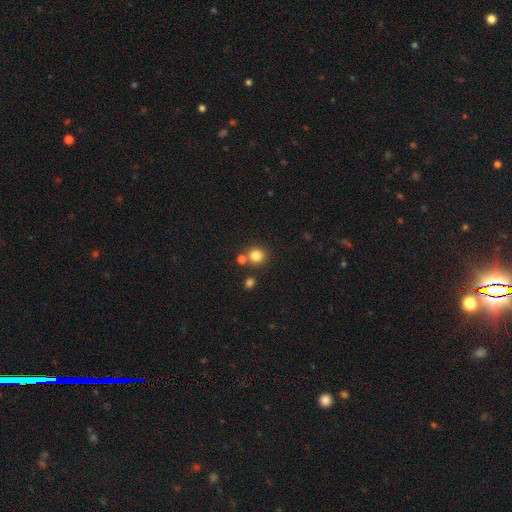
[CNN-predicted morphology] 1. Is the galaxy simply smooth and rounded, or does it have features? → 82% smooth, 12% star or artifact, 6% featured or disk.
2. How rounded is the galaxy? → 90% round, 9% in between, 1% cigar-shaped.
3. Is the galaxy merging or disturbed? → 73% none, 16% merger, 8% minor disturbance, 3% major disturbance.